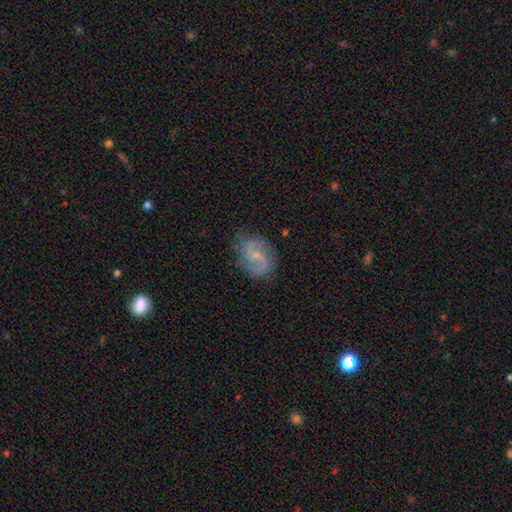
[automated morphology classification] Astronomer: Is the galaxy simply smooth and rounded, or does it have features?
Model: featured or disk — 83%.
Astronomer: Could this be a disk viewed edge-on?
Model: no — 98%.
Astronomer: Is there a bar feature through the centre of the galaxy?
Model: weak — 47% (runner-up: no, 44%).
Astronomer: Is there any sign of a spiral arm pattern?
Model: yes — 96%.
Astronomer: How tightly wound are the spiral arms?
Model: medium — 51% (runner-up: loose, 29%).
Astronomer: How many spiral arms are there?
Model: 2 — 87%.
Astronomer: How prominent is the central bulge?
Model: small — 66%.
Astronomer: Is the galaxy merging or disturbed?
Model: none — 77%.